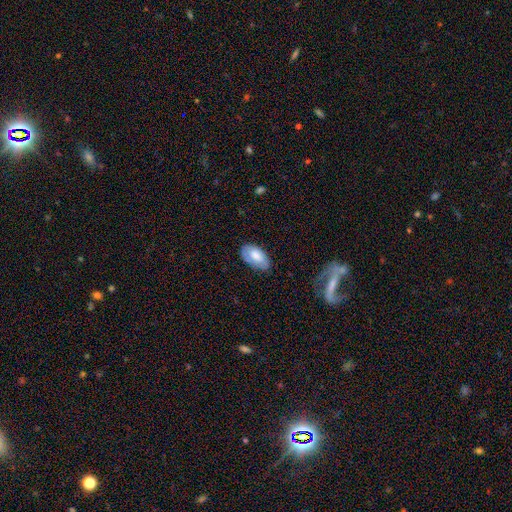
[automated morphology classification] A smooth galaxy with no disk features (68%) that is in between round and cigar-shaped (95%). Merging: none (69%).